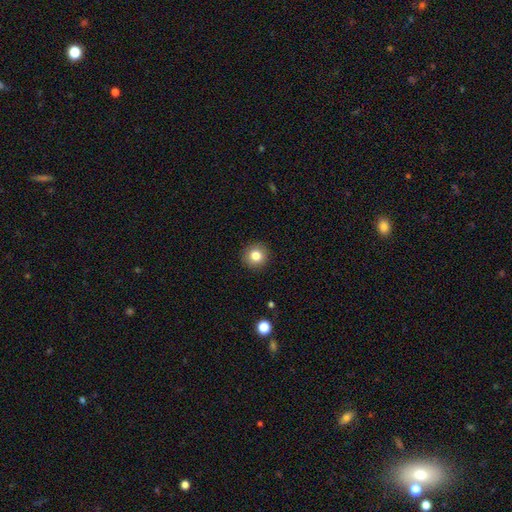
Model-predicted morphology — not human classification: This appears to be a smooth galaxy with no disk features (81%) that is round (93%). Merging: none (91%).